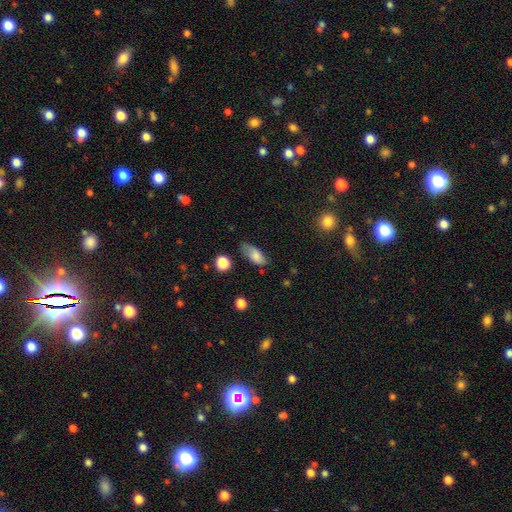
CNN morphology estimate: Smooth or featured: smooth — 79% (featured or disk — 13%)
How rounded: in between — 85% (cigar-shaped — 11%)
Merging: none — 62% (minor disturbance — 28%)